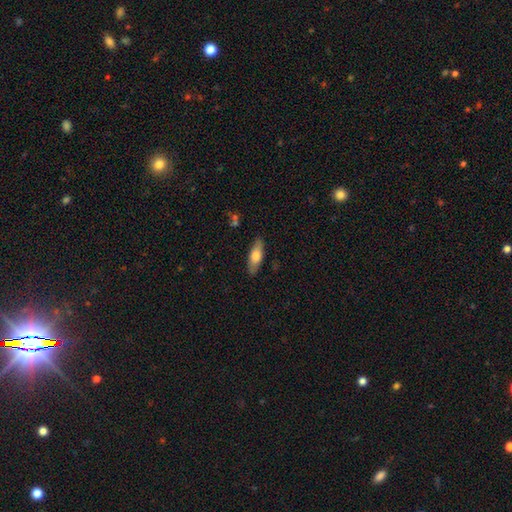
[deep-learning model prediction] The model was most divided on "how rounded": in between: 57%, cigar-shaped: 40%, round: 2%. More confident: merging — none (87%); smooth or featured — smooth (66%).